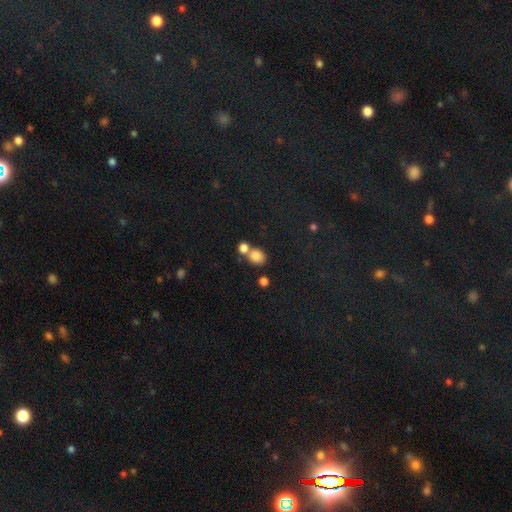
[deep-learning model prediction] This is clearly a smooth galaxy (81%). How rounded: likely round (61%). Merging: possibly none (46%).